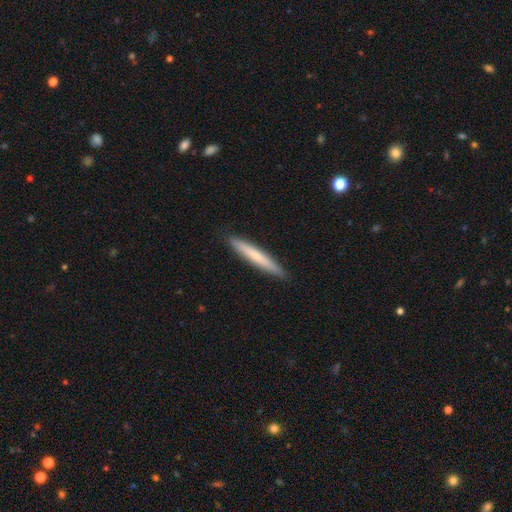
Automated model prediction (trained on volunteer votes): Morphology: type=smooth (62%); roundness=cigar-shaped (95%); merging=none (91%).